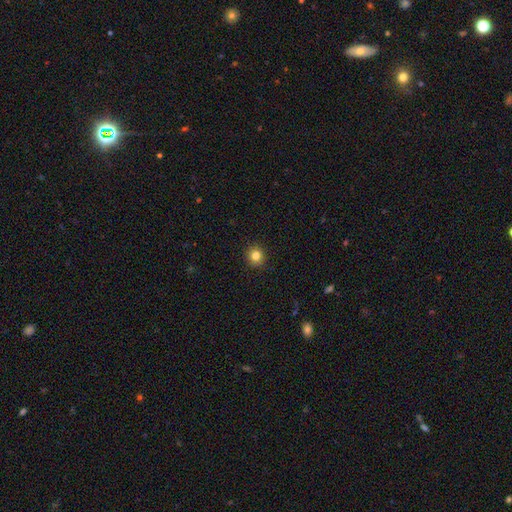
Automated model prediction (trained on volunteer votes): This appears to be a smooth galaxy with no disk features (82%) that is round (90%). Merging: none (92%).